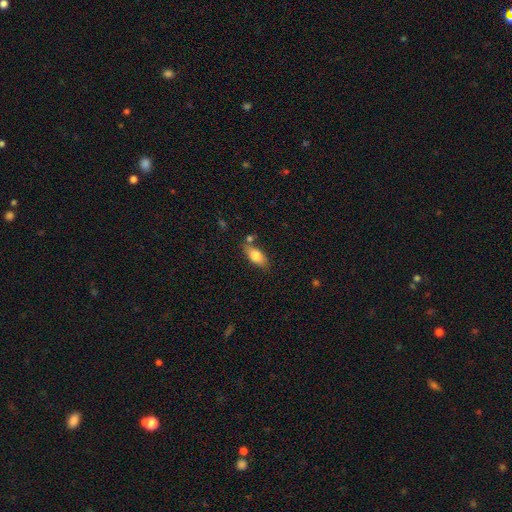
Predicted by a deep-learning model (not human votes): Smooth or featured: smooth — 76% (featured or disk — 17%)
How rounded: in between — 83% (cigar-shaped — 13%)
Merging: none — 72% (minor disturbance — 16%)